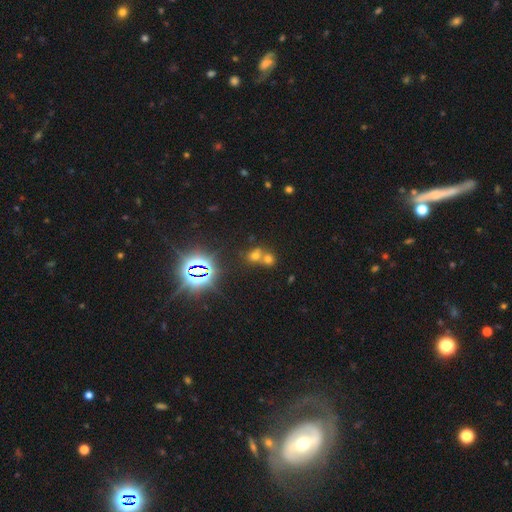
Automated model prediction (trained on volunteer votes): Morphology: type=smooth (44%); merging=merger (56%).